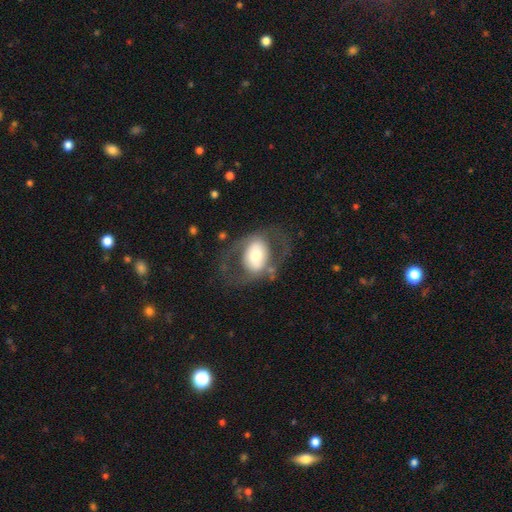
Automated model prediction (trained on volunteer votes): Smooth or featured: featured or disk — 56% (smooth — 38%)
Edge-on disk: no — 92% (yes — 8%)
Bar: no — 57% (weak — 22%)
Spiral arms: no — 66% (yes — 34%)
Bulge size: moderate — 54% (large — 25%)
Merging: none — 62% (major disturbance — 20%)